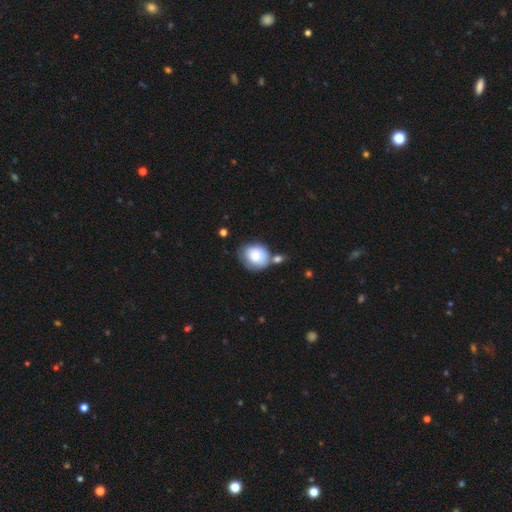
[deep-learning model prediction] This appears to be a smooth galaxy with no disk features (76%) that is round (67%). Merging: none (48%).